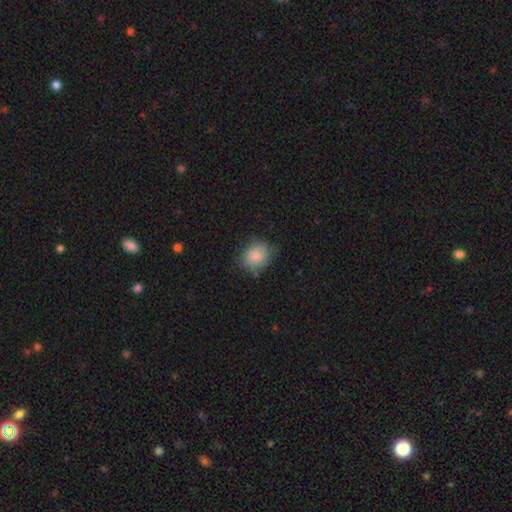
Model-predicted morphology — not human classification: Q: Smooth or featured?
A: smooth (84%); runner-up: featured or disk (8%)
Q: How rounded?
A: round (65%); runner-up: in between (34%)
Q: Merging?
A: none (70%); runner-up: minor disturbance (23%)